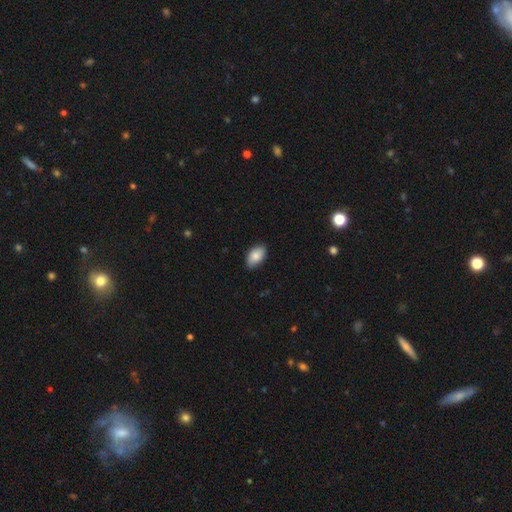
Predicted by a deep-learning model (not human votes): The model was most divided on "merging": none: 84%, minor disturbance: 13%, major disturbance: 2%, merger: 1%. More confident: how rounded — in between (93%); smooth or featured — smooth (86%).